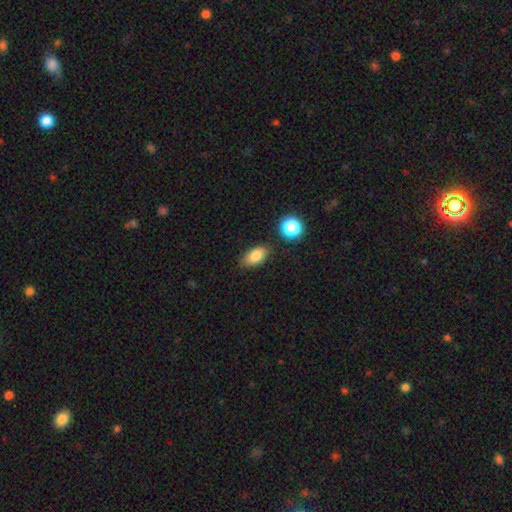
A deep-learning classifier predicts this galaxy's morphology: A smooth galaxy with no disk features (81%) that is in between round and cigar-shaped (88%).

Vote fractions:
- Smooth or featured? smooth: 81% / star or artifact: 10% / featured or disk: 9%
- How rounded? in between: 88% / round: 8% / cigar-shaped: 4%
- Merging? none: 81% / minor disturbance: 12% / merger: 3% / major disturbance: 3%